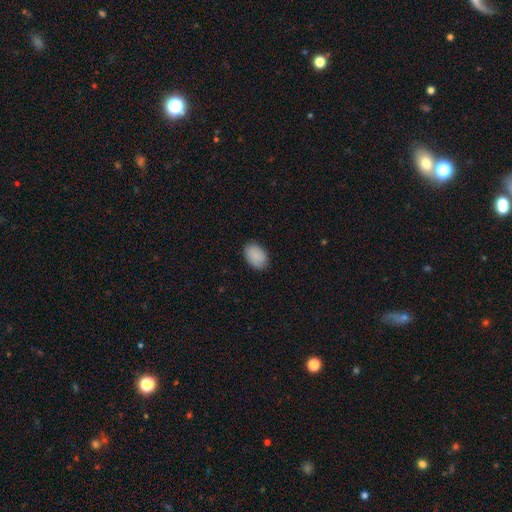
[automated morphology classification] smooth_or_featured: smooth (p=0.90) [alt: star or artifact p=0.06]
how_rounded: in between (p=0.87) [alt: round p=0.11]
merging: none (p=0.87) [alt: minor disturbance p=0.10]